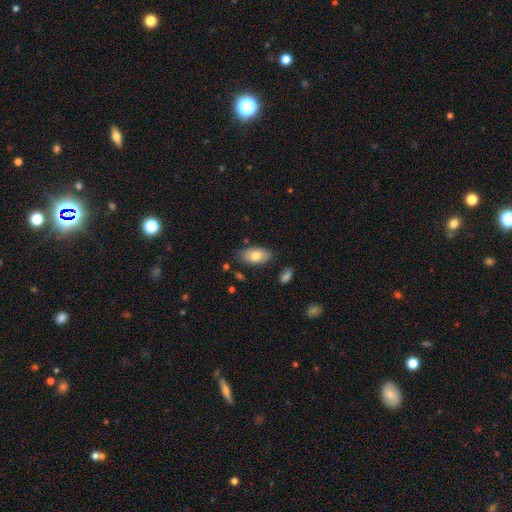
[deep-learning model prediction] This is likely a smooth galaxy (77%). How rounded: clearly in between (93%). Merging: likely none (79%).